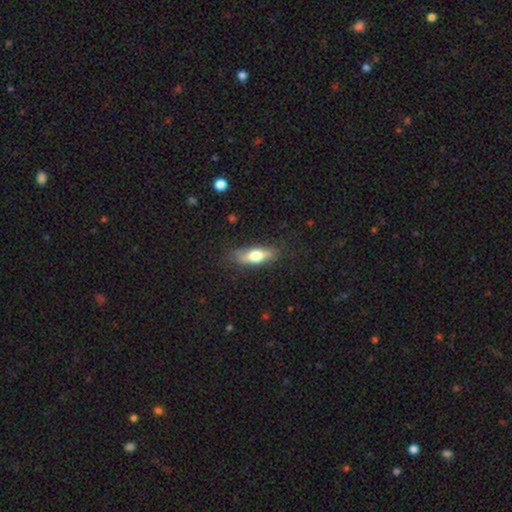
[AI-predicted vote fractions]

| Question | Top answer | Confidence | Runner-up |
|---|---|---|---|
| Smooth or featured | smooth | 65% | featured or disk (28%) |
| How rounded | in between | 57% | cigar-shaped (40%) |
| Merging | none | 78% | minor disturbance (17%) |